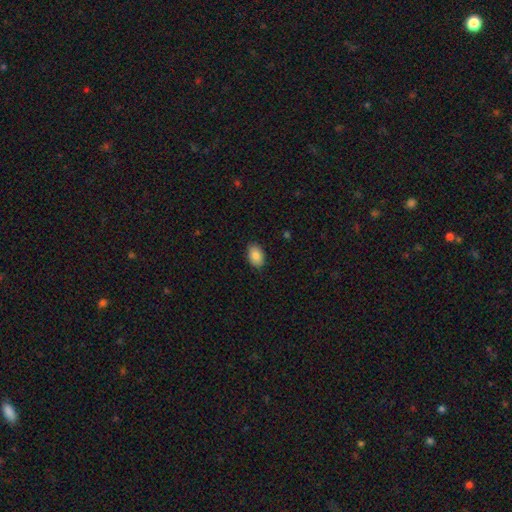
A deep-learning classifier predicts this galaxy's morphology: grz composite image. It shows a smooth galaxy with no disk features (86%) that is in between round and cigar-shaped (86%). Merging: none (88%).